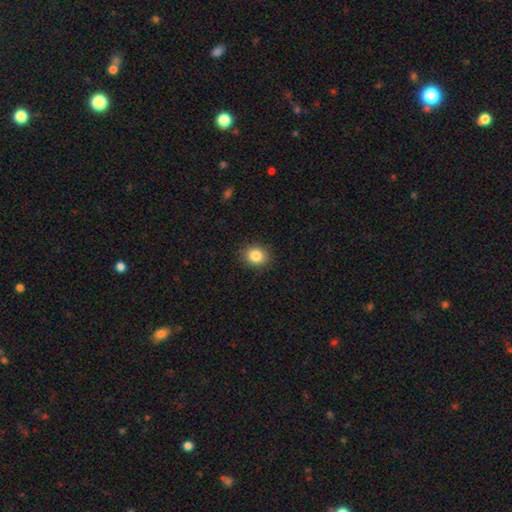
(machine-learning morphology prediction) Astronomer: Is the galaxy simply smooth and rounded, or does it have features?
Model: smooth — 85%.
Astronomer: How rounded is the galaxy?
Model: round — 74%.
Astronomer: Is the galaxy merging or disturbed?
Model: none — 90%.